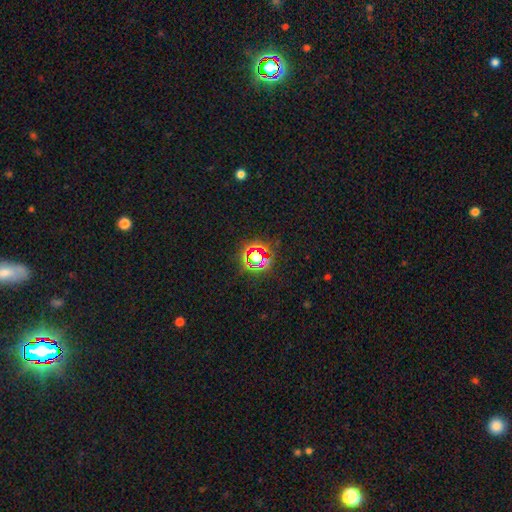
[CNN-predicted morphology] The model was most divided on "smooth or featured": star or artifact: 68%, smooth: 21%, featured or disk: 11%.